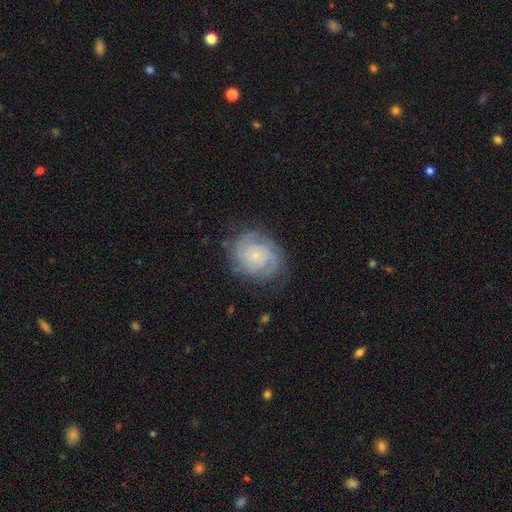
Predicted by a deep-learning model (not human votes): Q: Smooth or featured?
A: featured or disk (74%); runner-up: smooth (18%)
Q: Edge-on disk?
A: no (98%); runner-up: yes (2%)
Q: Bar?
A: no (80%); runner-up: weak (17%)
Q: Spiral arms?
A: yes (94%); runner-up: no (6%)
Q: Spiral winding?
A: tight (69%); runner-up: medium (25%)
Q: Spiral arm count?
A: can't tell (34%); runner-up: 2 (24%)
Q: Bulge size?
A: small (79%); runner-up: moderate (13%)
Q: Merging?
A: none (76%); runner-up: minor disturbance (16%)